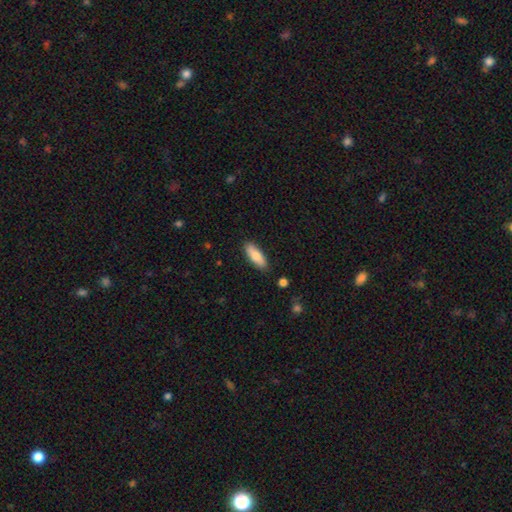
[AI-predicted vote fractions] smooth 79%, featured or disk 15%, star or artifact 6%. Down the decision tree: how rounded — in between (69%); merging — none (87%).